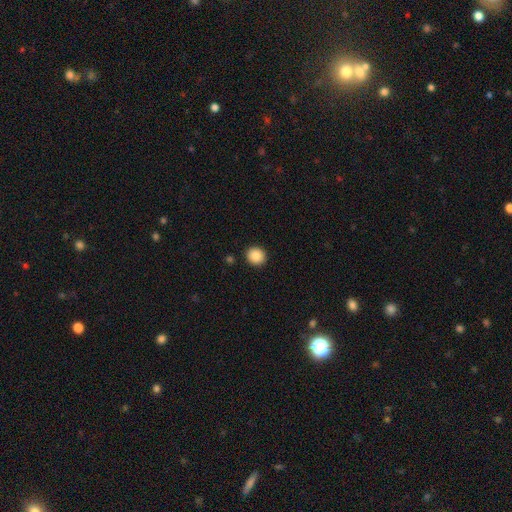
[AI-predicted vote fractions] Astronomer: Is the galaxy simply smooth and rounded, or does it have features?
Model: smooth — 88%.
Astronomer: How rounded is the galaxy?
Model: round — 85%.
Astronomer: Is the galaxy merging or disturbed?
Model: none — 92%.